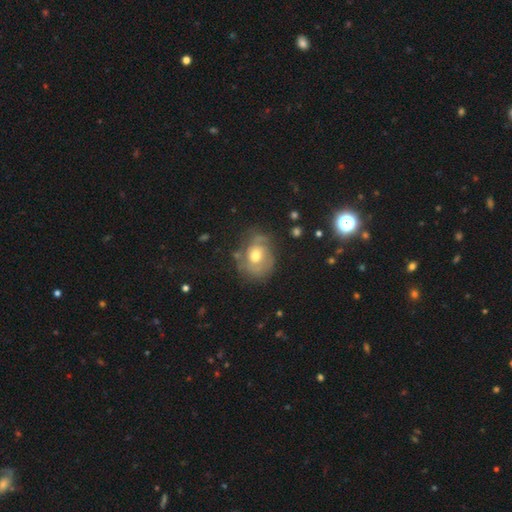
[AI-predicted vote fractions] Smooth or featured?
  - featured or disk: 55% *
  - smooth: 37%
  - star or artifact: 9%
Edge-on disk?
  - no: 96% *
  - yes: 4%
Bar?
  - no: 78% *
  - weak: 19%
  - strong: 3%
Spiral arms?
  - yes: 66% *
  - no: 34%
Bulge size?
  - moderate: 72% *
  - large: 13%
  - small: 13%
  - none: 1%
  - dominant: 1%
Merging?
  - none: 60% *
  - minor disturbance: 25%
  - major disturbance: 13%
  - merger: 2%